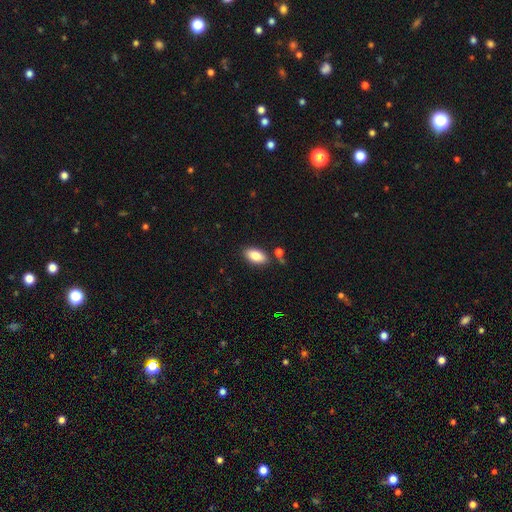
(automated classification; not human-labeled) A smooth galaxy with no disk features (84%) that is in between round and cigar-shaped (92%).

Vote fractions:
- Smooth or featured? smooth: 84% / featured or disk: 9% / star or artifact: 7%
- How rounded? in between: 92% / cigar-shaped: 4% / round: 3%
- Merging? none: 81% / minor disturbance: 11% / merger: 5% / major disturbance: 3%